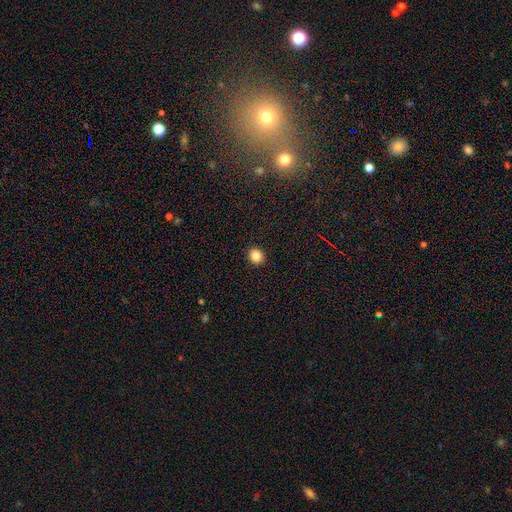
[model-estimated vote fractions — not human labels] smooth 84%, star or artifact 11%, featured or disk 5%. Down the decision tree: how rounded — round (80%); merging — none (93%).